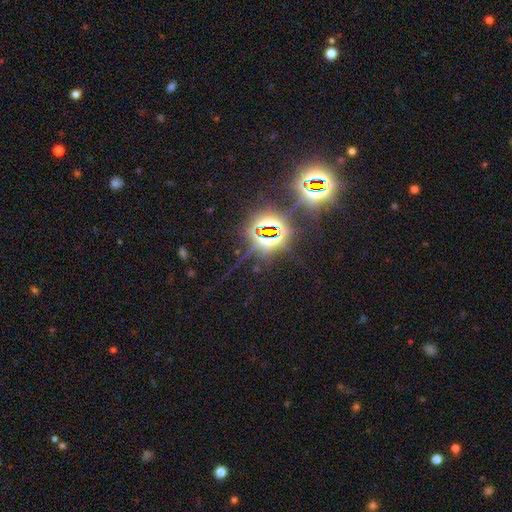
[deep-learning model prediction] The model was most divided on "smooth or featured": star or artifact: 81%, smooth: 11%, featured or disk: 8%.